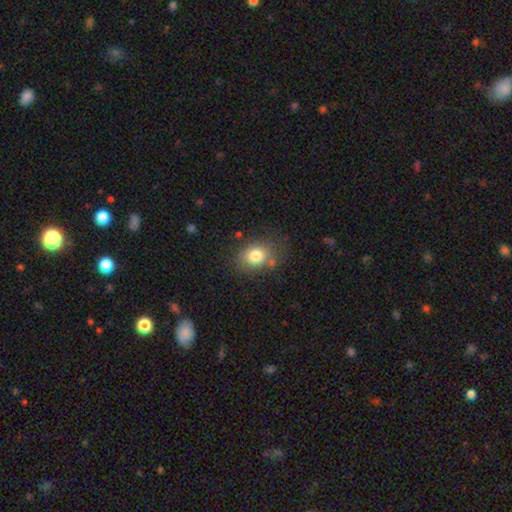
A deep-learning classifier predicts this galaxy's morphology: smooth 79%, featured or disk 11%, star or artifact 10%. Down the decision tree: how rounded — in between (56%); merging — none (72%).